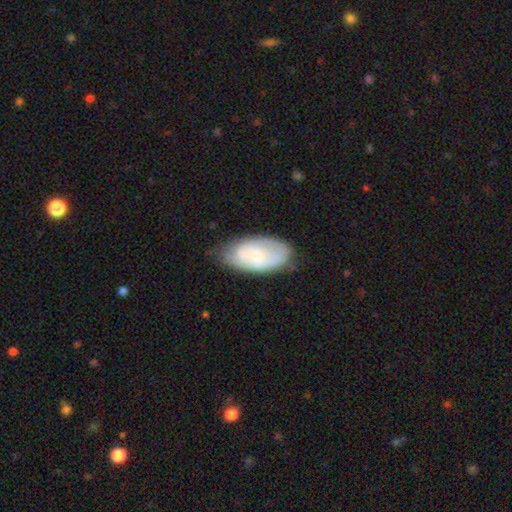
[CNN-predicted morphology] The model was most divided on "smooth or featured": smooth: 53%, featured or disk: 41%, star or artifact: 7%. More confident: how rounded — in between (93%); merging — none (63%).